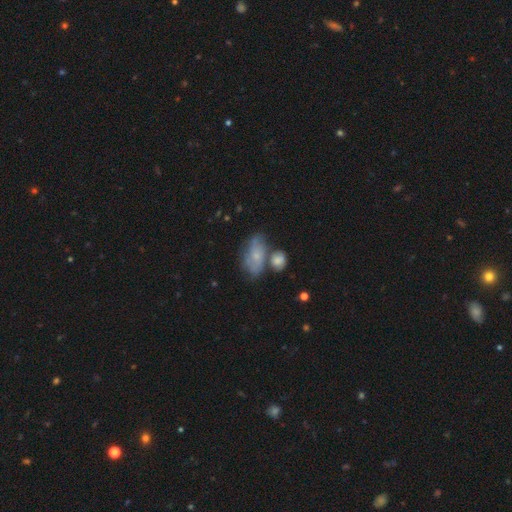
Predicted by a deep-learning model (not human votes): This is possibly a smooth galaxy (50%). How rounded: clearly in between (85%). Merging: marginally none (41%).